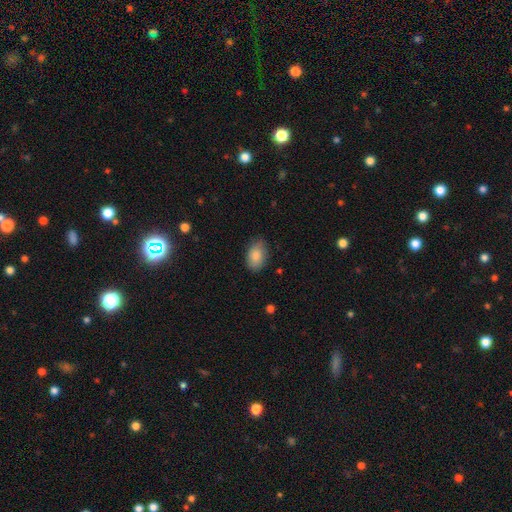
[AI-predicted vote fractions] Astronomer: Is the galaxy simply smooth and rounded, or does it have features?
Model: smooth — 85%.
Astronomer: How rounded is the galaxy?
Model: in between — 89%.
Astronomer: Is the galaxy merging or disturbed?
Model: none — 79%.